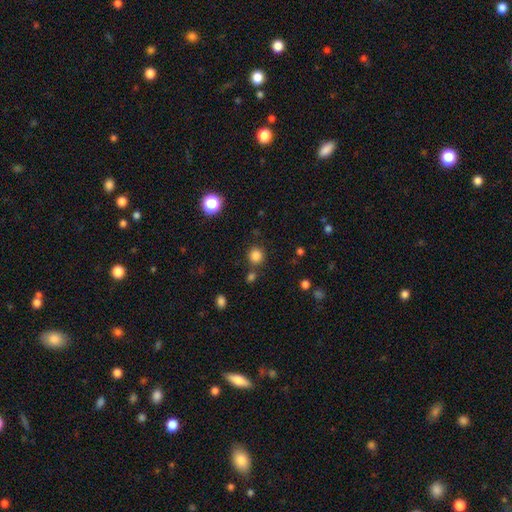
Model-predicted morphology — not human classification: Smooth or featured: smooth — 82% (star or artifact — 13%)
How rounded: round — 90% (in between — 9%)
Merging: none — 79% (merger — 9%)